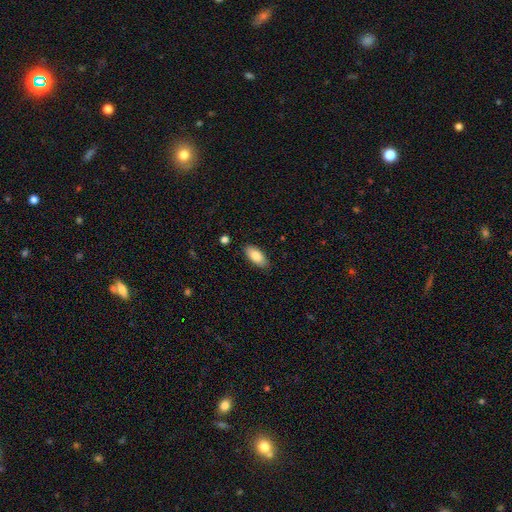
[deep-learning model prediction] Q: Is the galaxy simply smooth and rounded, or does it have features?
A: smooth — 84%.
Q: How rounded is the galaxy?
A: in between — 89%.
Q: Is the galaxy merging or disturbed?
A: none — 86%.